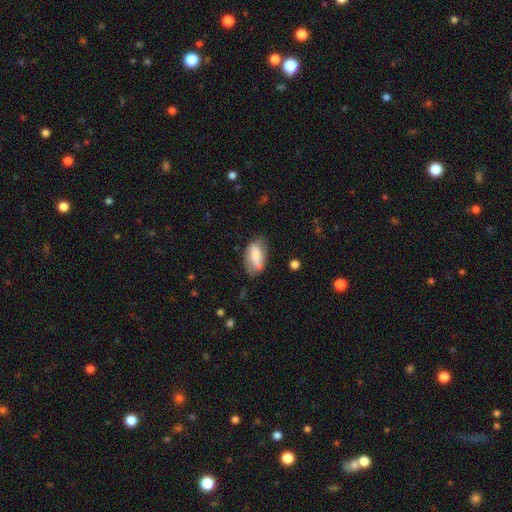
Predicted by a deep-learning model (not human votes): smooth 66%, featured or disk 27%, star or artifact 7%. Down the decision tree: how rounded — in between (89%); merging — none (59%).